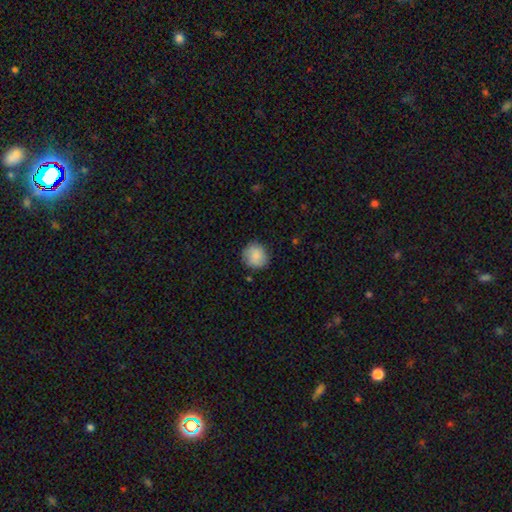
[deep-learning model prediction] smooth 83%, featured or disk 10%, star or artifact 7%. Down the decision tree: how rounded — round (88%); merging — none (82%).